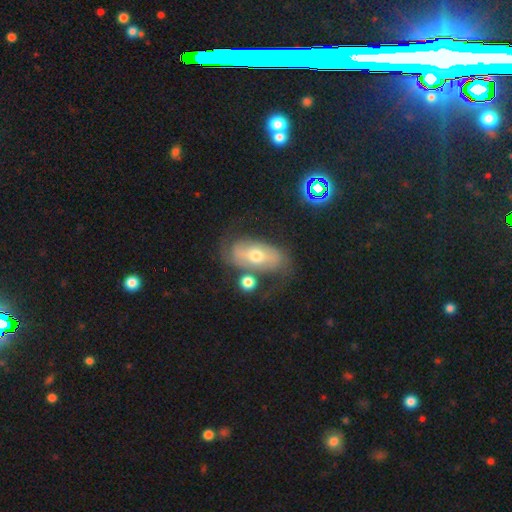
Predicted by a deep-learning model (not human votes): Smooth or featured?
  - featured or disk: 62% *
  - smooth: 29%
  - star or artifact: 9%
Edge-on disk?
  - no: 90% *
  - yes: 10%
Bar?
  - no: 55% *
  - weak: 28%
  - strong: 17%
Spiral arms?
  - yes: 70% *
  - no: 30%
Bulge size?
  - moderate: 69% *
  - small: 23%
  - large: 5%
  - dominant: 1%
  - none: 1%
Merging?
  - none: 57% *
  - minor disturbance: 20%
  - major disturbance: 13%
  - merger: 10%